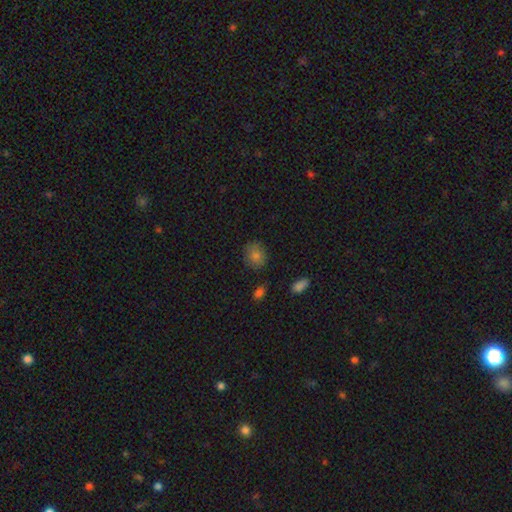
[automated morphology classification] smooth 80%, star or artifact 11%, featured or disk 8%. Down the decision tree: how rounded — round (59%); merging — none (81%).